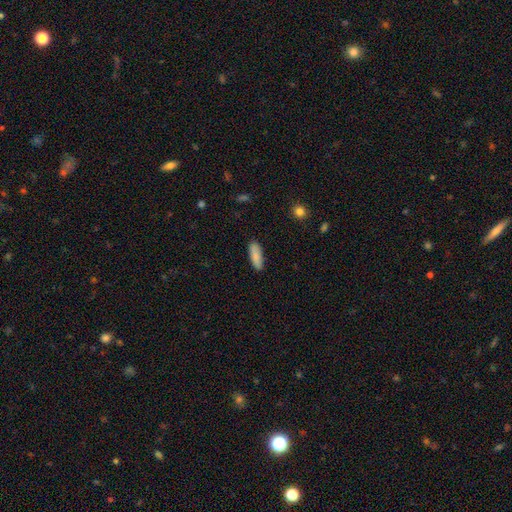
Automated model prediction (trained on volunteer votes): smooth 87%, featured or disk 7%, star or artifact 6%. Down the decision tree: how rounded — in between (60%); merging — none (87%).